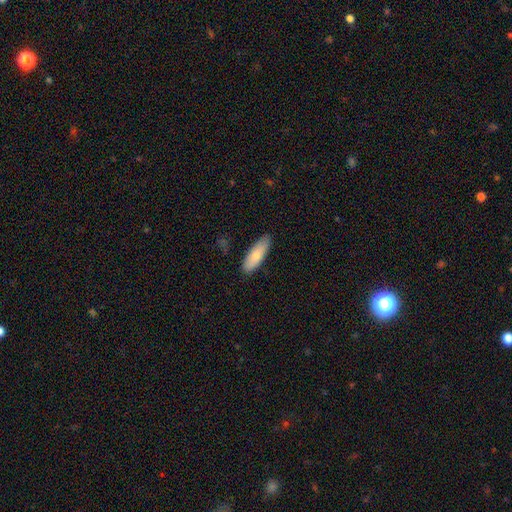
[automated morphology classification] A smooth galaxy with no disk features (79%) that is in between round and cigar-shaped (63%). Merging: none (84%).